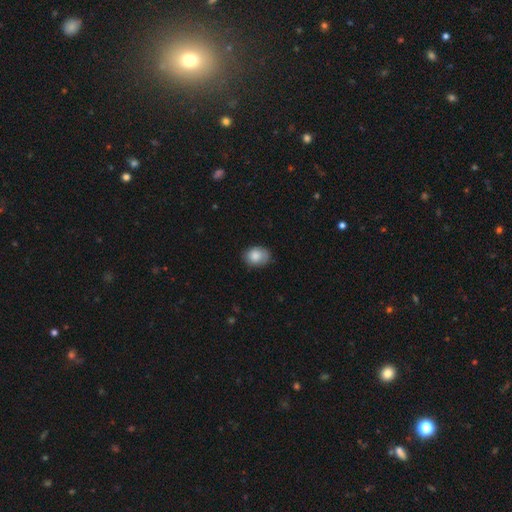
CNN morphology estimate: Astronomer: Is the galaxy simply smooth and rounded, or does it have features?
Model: smooth — 84%.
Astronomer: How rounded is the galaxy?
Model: in between — 57% (runner-up: round, 42%).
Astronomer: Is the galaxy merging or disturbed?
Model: none — 71%.